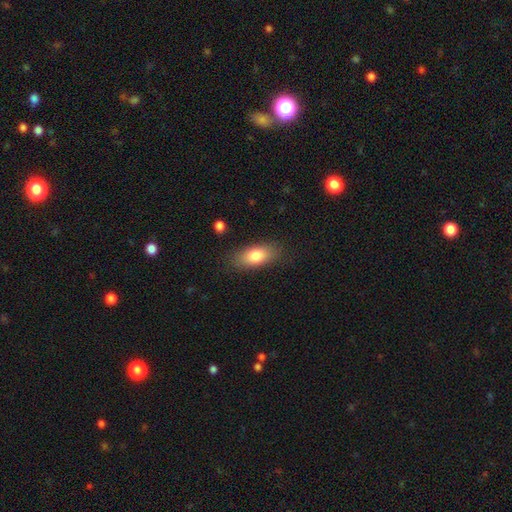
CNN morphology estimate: smooth_or_featured: smooth (p=0.79) [alt: featured or disk p=0.14]
how_rounded: in between (p=0.83) [alt: cigar-shaped p=0.12]
merging: none (p=0.82) [alt: minor disturbance p=0.12]